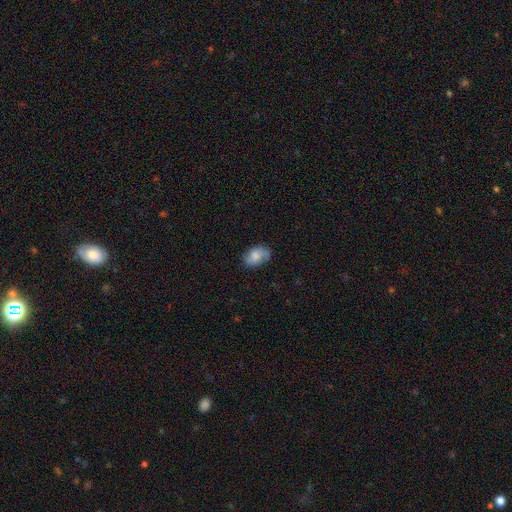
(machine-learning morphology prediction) This is likely a smooth galaxy (62%). How rounded: clearly in between (82%). Merging: likely none (71%).